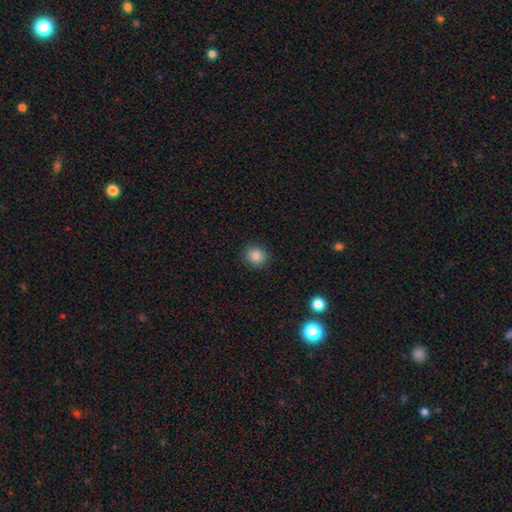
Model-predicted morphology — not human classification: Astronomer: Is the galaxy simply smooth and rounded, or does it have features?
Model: smooth — 86%.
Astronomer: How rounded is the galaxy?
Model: round — 81%.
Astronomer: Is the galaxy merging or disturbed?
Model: none — 90%.